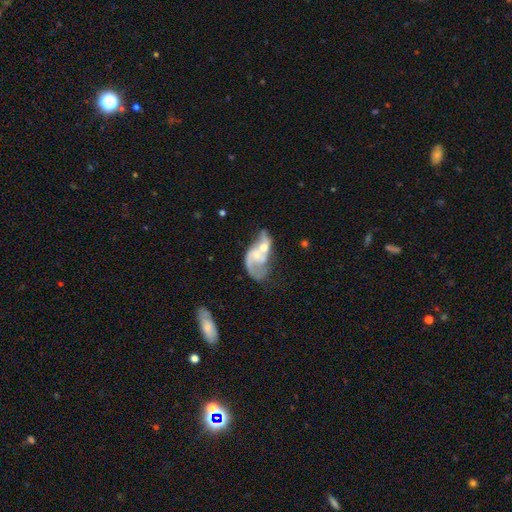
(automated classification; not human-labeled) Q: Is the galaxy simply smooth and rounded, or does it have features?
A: featured or disk — 69%.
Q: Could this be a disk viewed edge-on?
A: no — 97%.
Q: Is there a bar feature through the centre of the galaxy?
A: no — 71%.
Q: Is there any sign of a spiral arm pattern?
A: yes — 63%.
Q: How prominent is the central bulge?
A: moderate — 44%.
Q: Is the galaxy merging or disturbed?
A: merger — 60%.